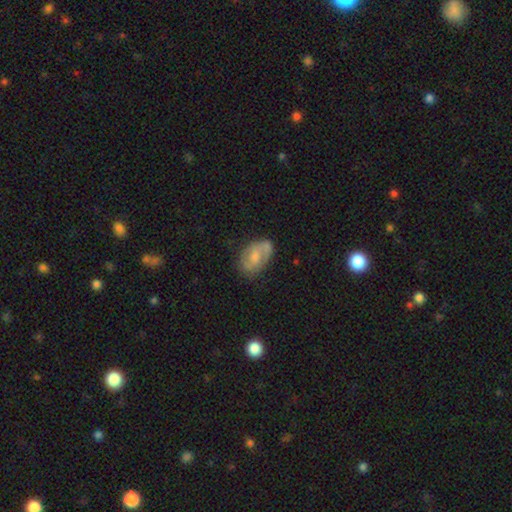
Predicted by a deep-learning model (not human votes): This is possibly a featured or disk galaxy (48%). Merging: possibly none (59%).